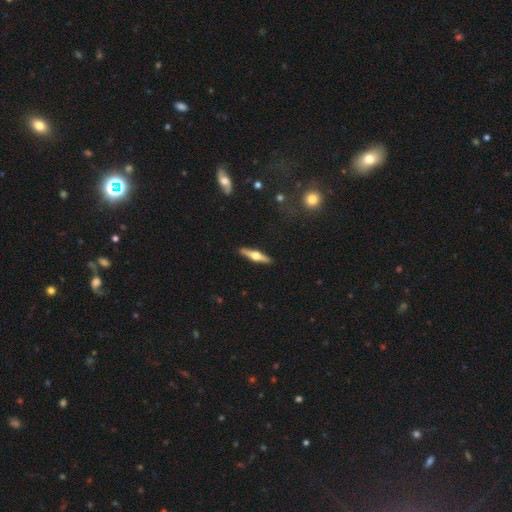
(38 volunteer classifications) smooth-or-featured: featured or disk: 87% | smooth: 11% | star or artifact: 3%
  disk-edge-on: yes: 97% | no: 3%
    edge-on-bulge: rounded: 94% | boxy: 6% | none: 0%
  merging: none: 92% | minor disturbance: 5% | major disturbance: 3% | merger: 0%